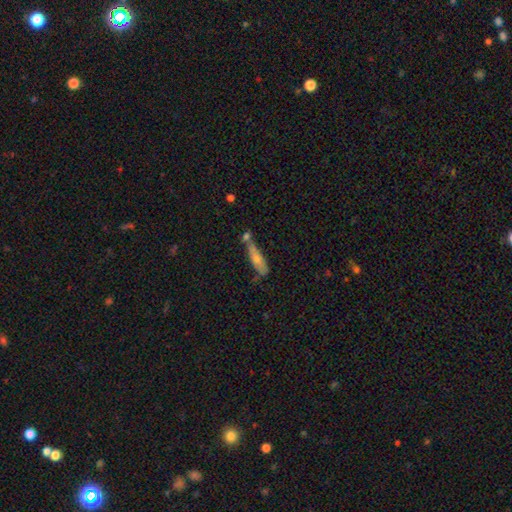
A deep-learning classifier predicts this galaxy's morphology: The model was most divided on "smooth or featured": smooth: 46%, featured or disk: 40%, star or artifact: 13%. More confident: merging — none (55%).